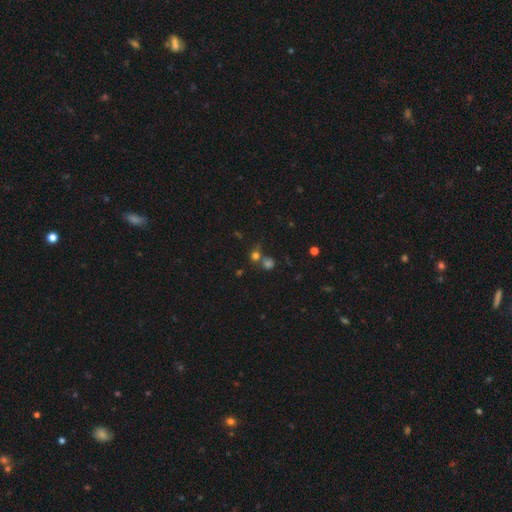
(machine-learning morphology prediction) Smooth or featured: smooth — 66% (star or artifact — 25%)
How rounded: round — 86% (in between — 13%)
Merging: none — 54% (merger — 33%)